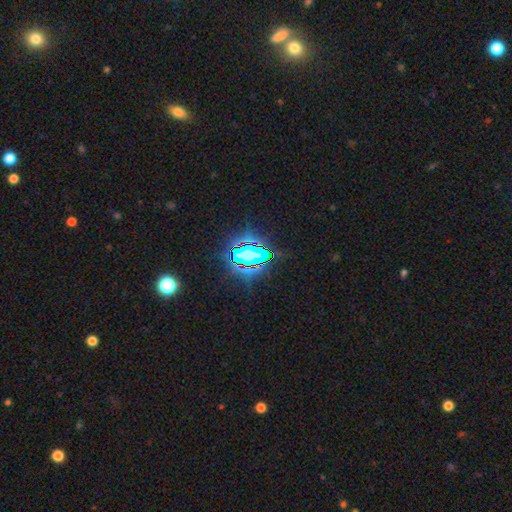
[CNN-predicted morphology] This is clearly a star or artifact rather than a galaxy (80%).